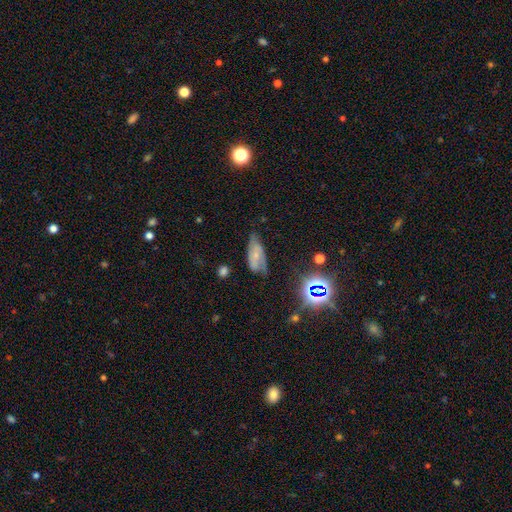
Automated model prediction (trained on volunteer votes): smooth_or_featured: featured or disk (p=0.46) [alt: smooth p=0.40]
merging: none (p=0.46) [alt: minor disturbance p=0.36]